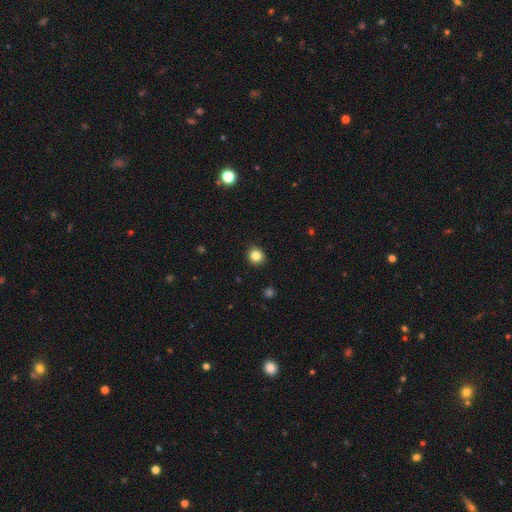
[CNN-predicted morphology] This appears to be a smooth galaxy with no disk features (84%) that is round (87%). Merging: none (91%).